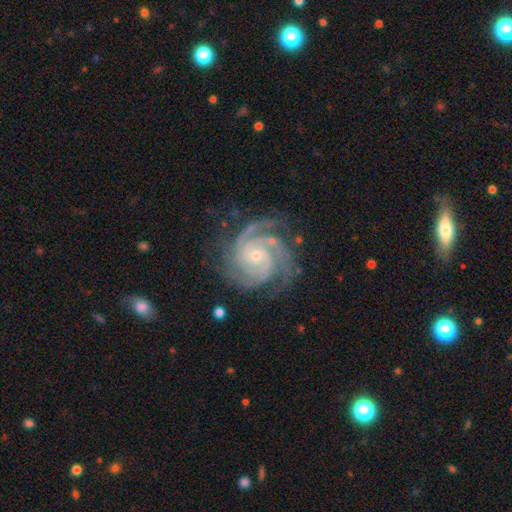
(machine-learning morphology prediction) A featured or disk galaxy (93%) with no bar (68%), 3 (45%) tight (72%) spiral arms (99%) and a small central bulge (76%).

Vote fractions:
- Smooth or featured? featured or disk: 93% / star or artifact: 4% / smooth: 3%
- Edge-on disk? no: 98% / yes: 2%
- Bar? no: 68% / weak: 23% / strong: 8%
- Spiral arms? yes: 99% / no: 1%
- Spiral winding? tight: 72% / medium: 25% / loose: 2%
- Spiral arm count? 3: 45% / 4: 19% / 2: 17% / can't tell: 8% / more than 4: 6% / 1: 6%
- Bulge size? small: 76% / moderate: 21% / none: 2% / large: 1% / dominant: 1%
- Merging? none: 76% / minor disturbance: 16% / major disturbance: 6% / merger: 1%